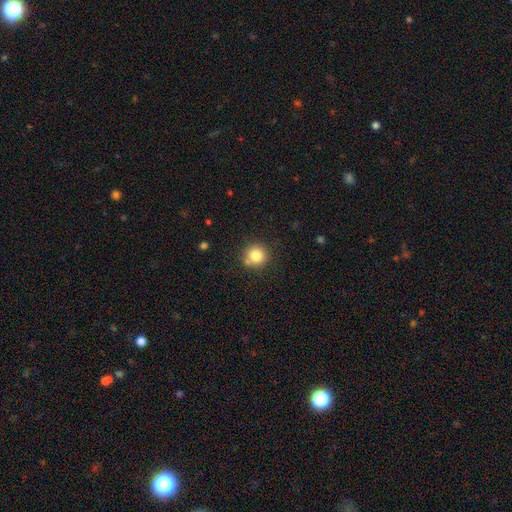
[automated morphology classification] smooth_or_featured: smooth (p=0.81) [alt: star or artifact p=0.11]
how_rounded: round (p=0.93) [alt: in between p=0.06]
merging: none (p=0.78) [alt: minor disturbance p=0.11]